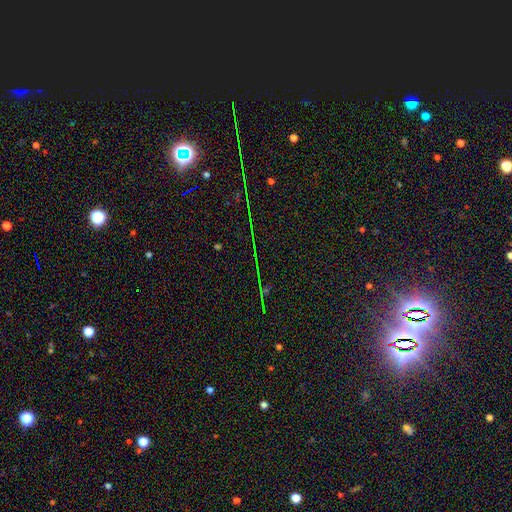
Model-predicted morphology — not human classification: The model was most divided on "smooth or featured": star or artifact: 81%, smooth: 10%, featured or disk: 9%.